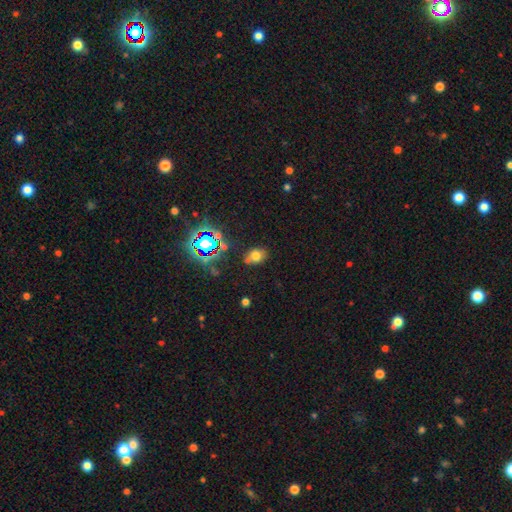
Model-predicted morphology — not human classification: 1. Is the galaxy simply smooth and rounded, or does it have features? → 66% smooth, 22% star or artifact, 11% featured or disk.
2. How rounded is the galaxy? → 60% in between, 38% round, 1% cigar-shaped.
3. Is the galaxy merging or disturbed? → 66% none, 18% minor disturbance, 11% merger, 5% major disturbance.